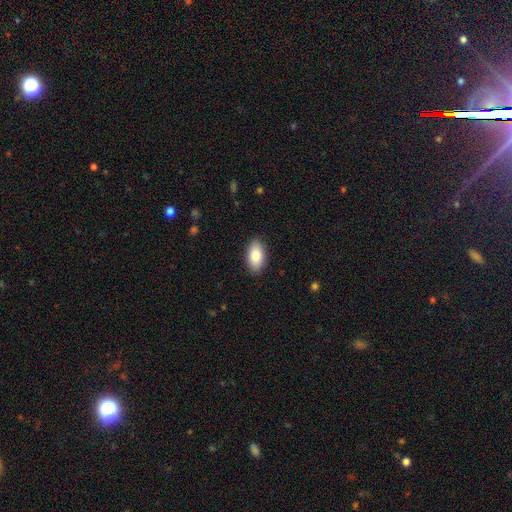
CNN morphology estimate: A smooth galaxy with no disk features (83%) that is in between round and cigar-shaped (93%).

Vote fractions:
- Smooth or featured? smooth: 83% / featured or disk: 10% / star or artifact: 6%
- How rounded? in between: 93% / round: 3% / cigar-shaped: 3%
- Merging? none: 89% / minor disturbance: 8% / major disturbance: 2% / merger: 1%